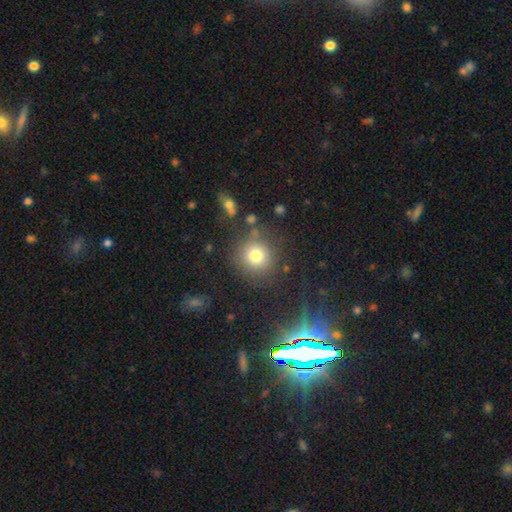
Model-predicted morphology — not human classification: Smooth or featured? Predicted: smooth (p=0.77). How rounded? Predicted: round (p=0.90). Merging? Predicted: none (p=0.80).